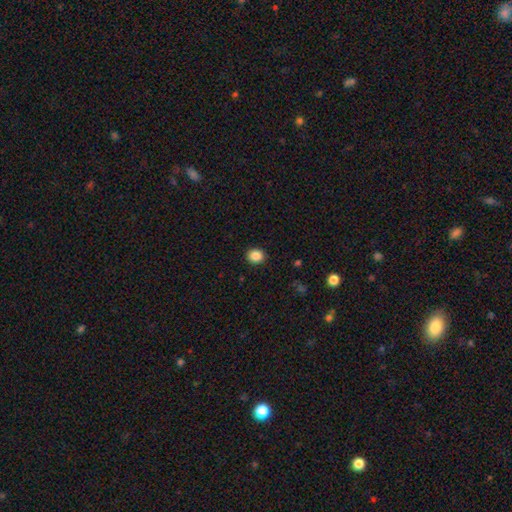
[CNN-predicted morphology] type=smooth (87%); roundness=round (73%); merging=none (91%).